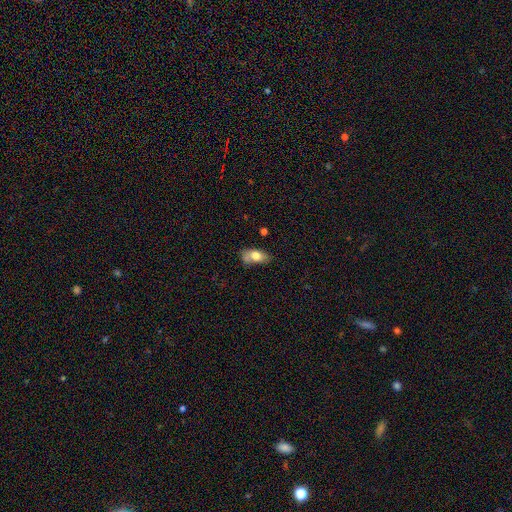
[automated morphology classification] Overall: smooth (72%). How rounded: in between (87%). Merging: none (50%; minor disturbance 28%).